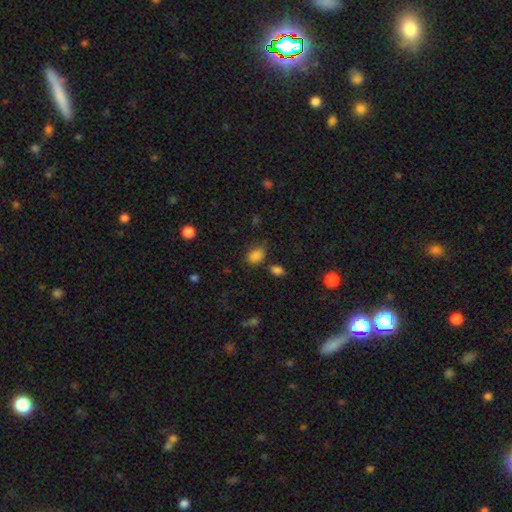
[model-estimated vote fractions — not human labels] Q: Smooth or featured?
A: smooth (84%); runner-up: star or artifact (12%)
Q: How rounded?
A: in between (72%); runner-up: round (27%)
Q: Merging?
A: none (66%); runner-up: minor disturbance (20%)